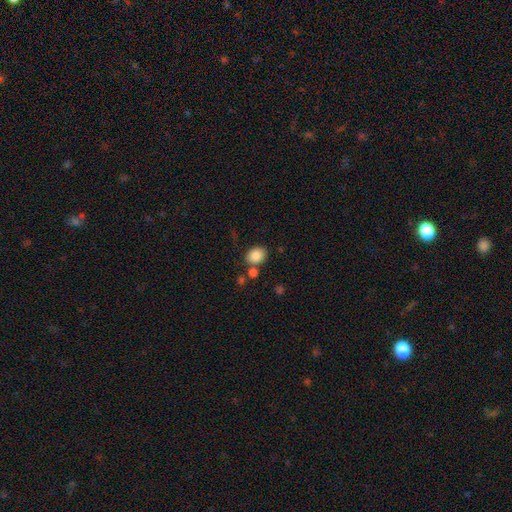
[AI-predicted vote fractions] Morphology: type=smooth (86%); roundness=in between (63%); merging=none (73%).